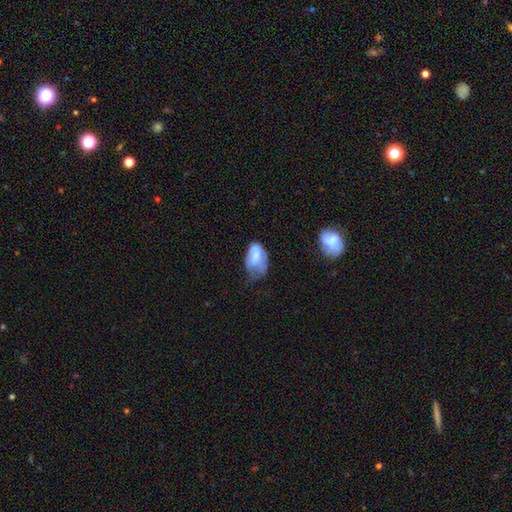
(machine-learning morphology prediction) Smooth or featured? Predicted: smooth (p=0.60). How rounded? Predicted: in between (p=0.89). Merging? Predicted: minor disturbance (p=0.38).